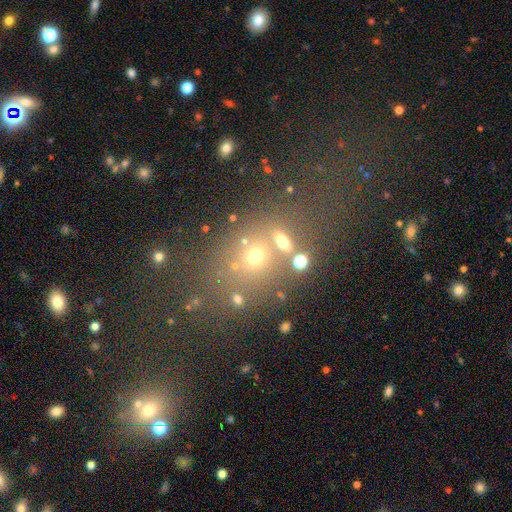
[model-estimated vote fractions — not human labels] smooth-or-featured: smooth: 54% | star or artifact: 29% | featured or disk: 17%
  how-rounded: round: 53% | in between: 44% | cigar-shaped: 4%
  merging: none: 52% | merger: 27% | minor disturbance: 12% | major disturbance: 8%